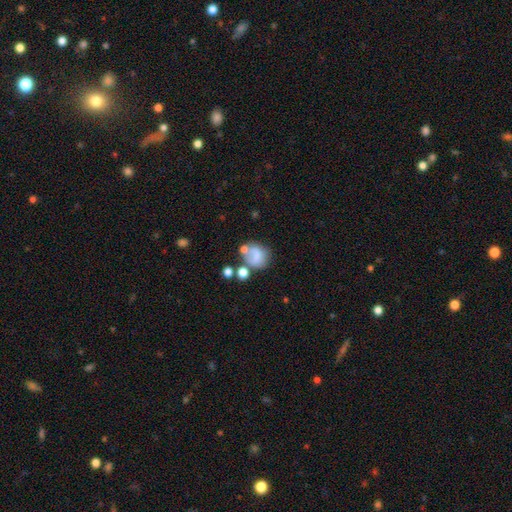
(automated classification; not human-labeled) Smooth or featured? Predicted: smooth (p=0.64). How rounded? Predicted: round (p=0.64). Merging? Predicted: none (p=0.43).